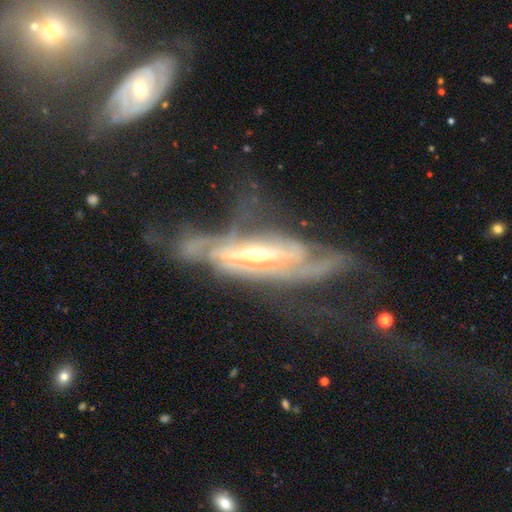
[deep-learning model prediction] A featured or disk galaxy (83%) with no bar (43%), spiral arms (72%) and a moderate central bulge (62%). Merging: major disturbance (40%).